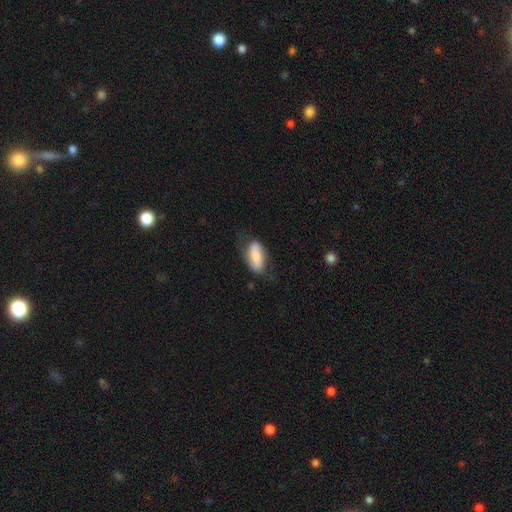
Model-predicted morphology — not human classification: Smooth or featured?
  - smooth: 65% *
  - featured or disk: 29%
  - star or artifact: 6%
How rounded?
  - in between: 85% *
  - cigar-shaped: 12%
  - round: 3%
Merging?
  - none: 60% *
  - minor disturbance: 27%
  - major disturbance: 11%
  - merger: 2%